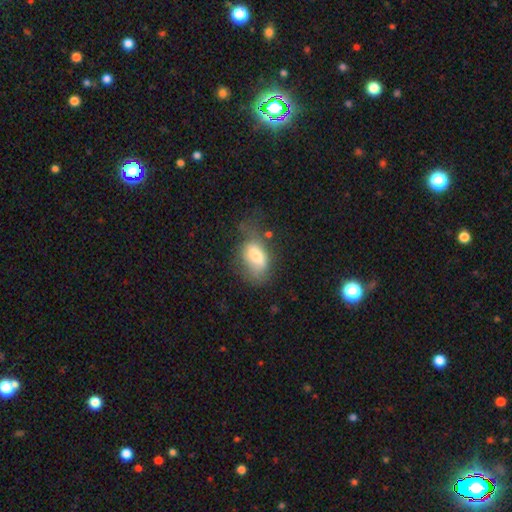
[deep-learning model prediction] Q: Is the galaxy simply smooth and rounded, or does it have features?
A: smooth — 69%.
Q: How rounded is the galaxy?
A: in between — 88%.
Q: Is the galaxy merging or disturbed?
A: none — 38%.